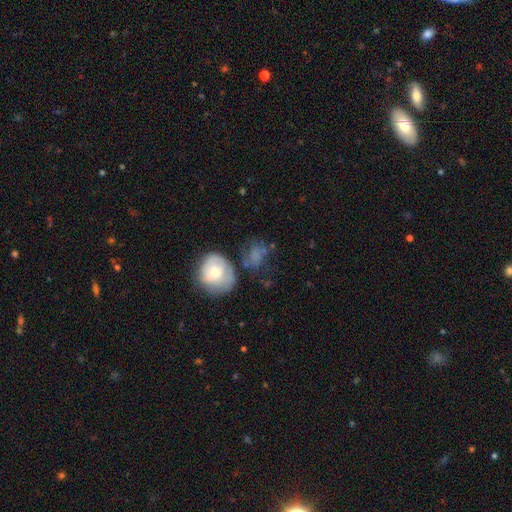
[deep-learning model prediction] A smooth galaxy with no disk features (62%) that is in between round and cigar-shaped (52%).

Vote fractions:
- Smooth or featured? smooth: 62% / featured or disk: 26% / star or artifact: 12%
- How rounded? in between: 52% / round: 45% / cigar-shaped: 2%
- Merging? none: 42% / minor disturbance: 25% / major disturbance: 19% / merger: 14%